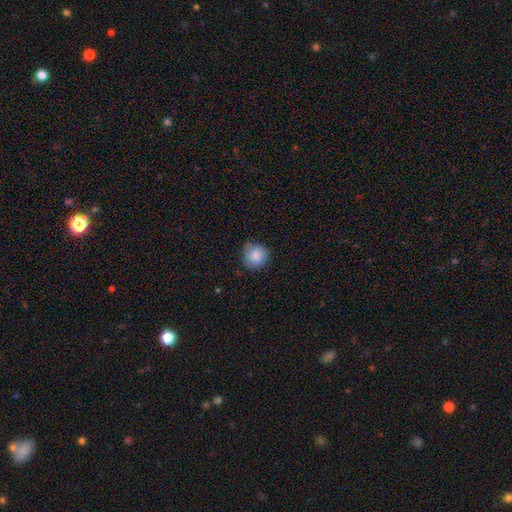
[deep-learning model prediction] Smooth or featured? Predicted: smooth (p=0.84). How rounded? Predicted: round (p=0.92). Merging? Predicted: none (p=0.73).